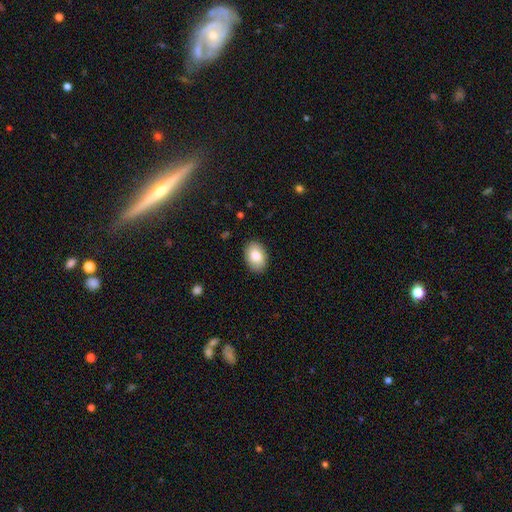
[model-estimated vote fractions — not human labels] Morphology: type=smooth (83%); roundness=in between (84%); merging=none (89%).